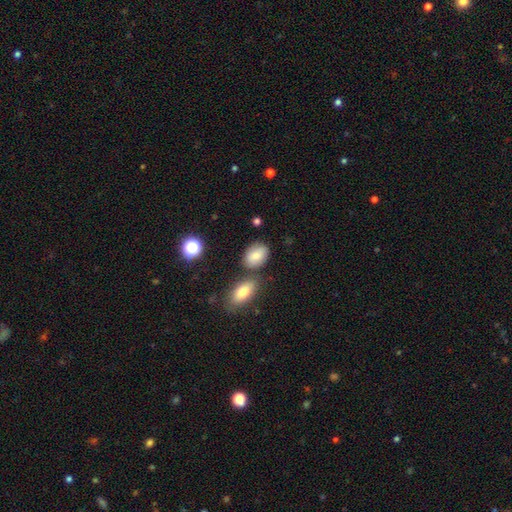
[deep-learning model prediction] This is likely a smooth galaxy (80%). How rounded: clearly in between (81%). Merging: likely none (69%).